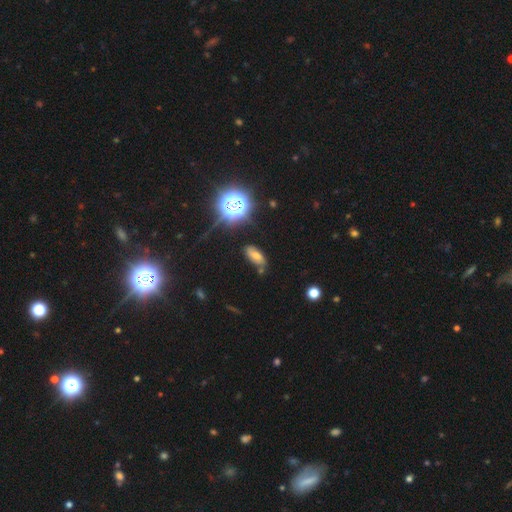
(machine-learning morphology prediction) Smooth or featured: smooth — 55% (star or artifact — 24%)
How rounded: in between — 83% (cigar-shaped — 11%)
Merging: none — 69% (minor disturbance — 20%)